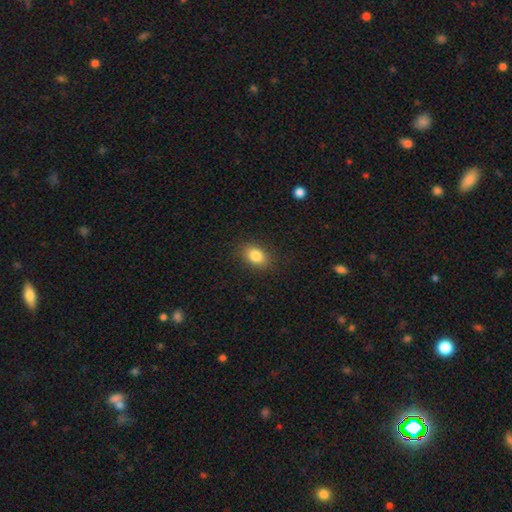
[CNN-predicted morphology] Smooth or featured: smooth — 84% (star or artifact — 9%)
How rounded: in between — 81% (round — 17%)
Merging: none — 87% (minor disturbance — 9%)